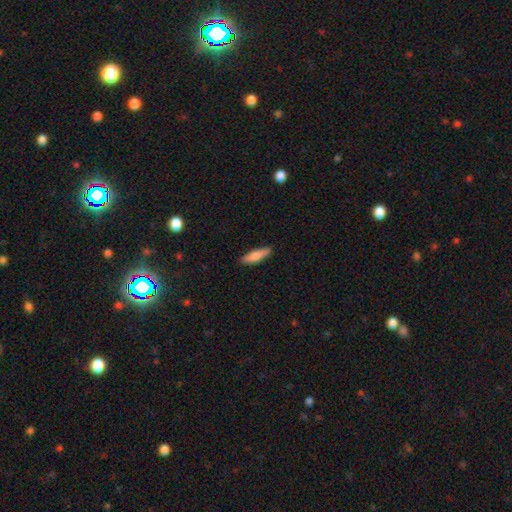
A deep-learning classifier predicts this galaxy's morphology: Smooth or featured? smooth (77%)
How rounded? cigar-shaped (66%)
Merging? none (85%)